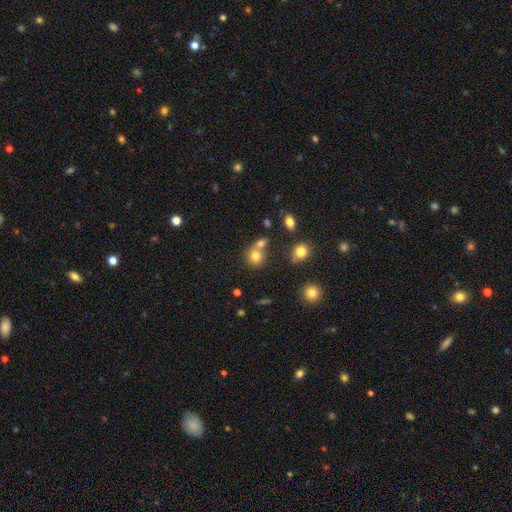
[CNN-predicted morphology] A smooth galaxy with no disk features (75%) that is round (77%). Merging: none (45%).